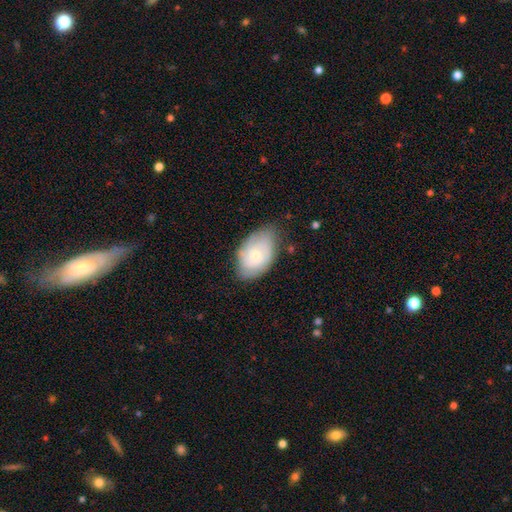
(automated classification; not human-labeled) smooth-or-featured: featured or disk: 58% | smooth: 35% | star or artifact: 6%
  disk-edge-on: no: 96% | yes: 4%
    bar: no: 69% | weak: 27% | strong: 4%
    has-spiral-arms: yes: 86% | no: 14%
    bulge-size: small: 58% | moderate: 38% | large: 2% | none: 2% | dominant: 1%
  merging: none: 68% | minor disturbance: 24% | major disturbance: 6% | merger: 2%